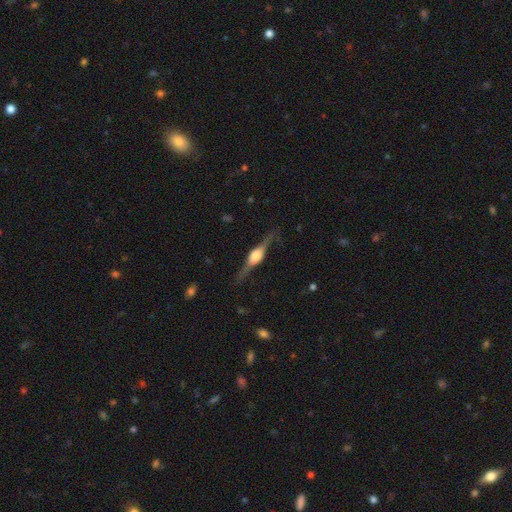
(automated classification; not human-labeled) Morphology: type=featured or disk (83%); edge-on=yes (97%); edge-on bulge=rounded (89%); merging=none (86%).